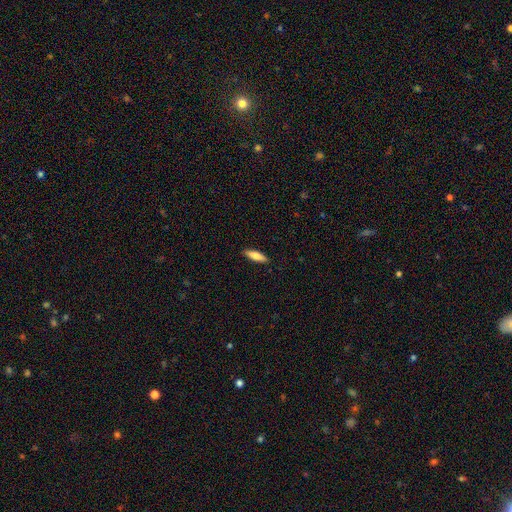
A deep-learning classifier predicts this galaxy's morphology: Smooth or featured? Predicted: smooth (p=0.78). How rounded? Predicted: cigar-shaped (p=0.60). Merging? Predicted: none (p=0.89).